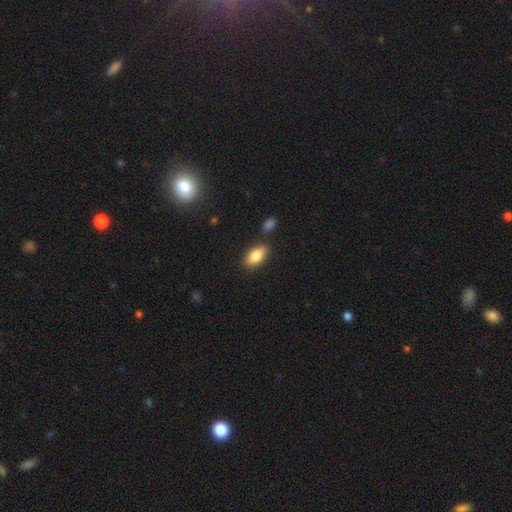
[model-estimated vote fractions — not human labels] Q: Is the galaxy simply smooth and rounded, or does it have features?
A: smooth — 82%.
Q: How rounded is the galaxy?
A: in between — 89%.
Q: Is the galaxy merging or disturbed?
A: none — 79%.